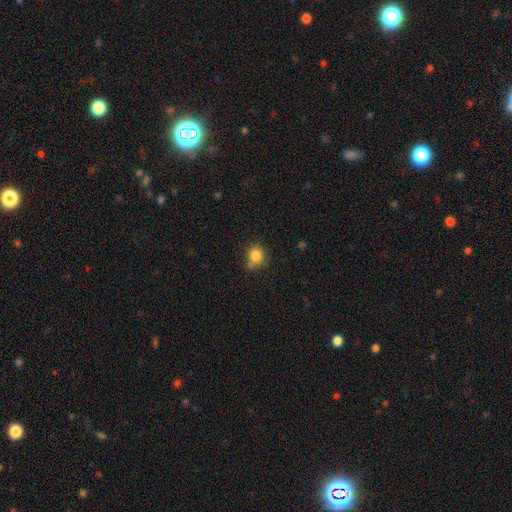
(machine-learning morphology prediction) smooth 83%, star or artifact 11%, featured or disk 6%. Down the decision tree: how rounded — round (75%); merging — none (60%).